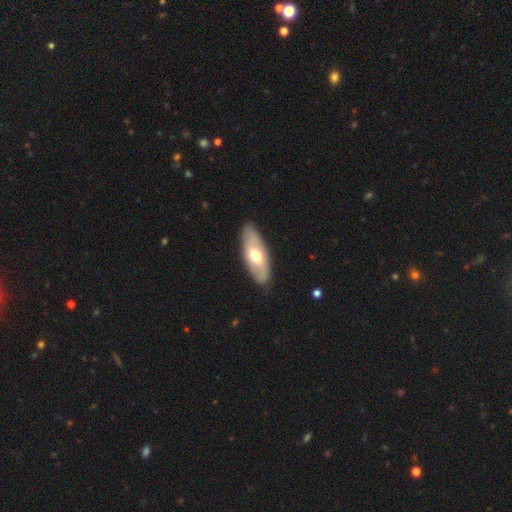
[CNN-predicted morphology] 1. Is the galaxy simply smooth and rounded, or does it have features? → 53% smooth, 42% featured or disk, 5% star or artifact.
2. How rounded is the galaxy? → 81% in between, 17% cigar-shaped, 3% round.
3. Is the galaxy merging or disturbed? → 85% none, 11% minor disturbance, 2% major disturbance, 1% merger.